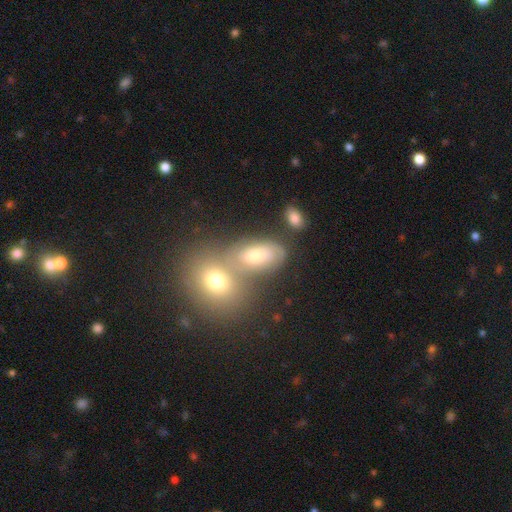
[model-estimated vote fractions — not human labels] This appears to be a smooth galaxy with no disk features (56%) that is in between round and cigar-shaped (72%). Merging: merger (49%).